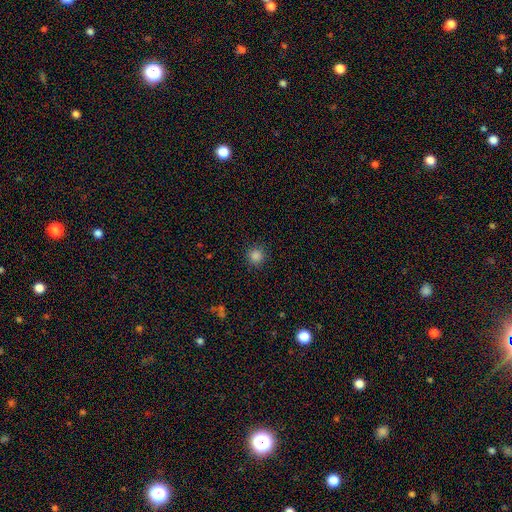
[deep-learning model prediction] The model was most divided on "smooth or featured": smooth: 85%, star or artifact: 12%, featured or disk: 3%. More confident: how rounded — round (94%); merging — none (90%).